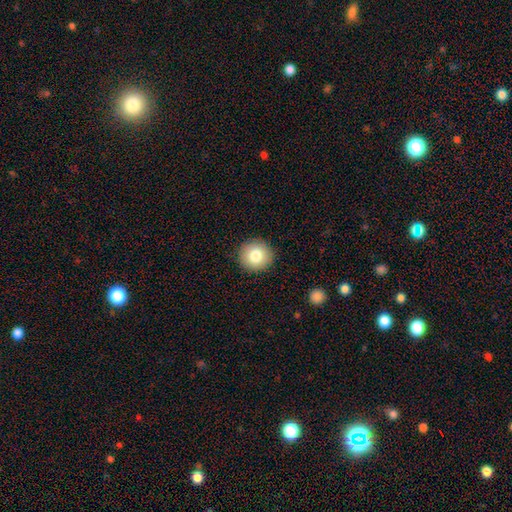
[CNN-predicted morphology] A smooth galaxy with no disk features (81%) that is round (93%). Merging: none (91%).